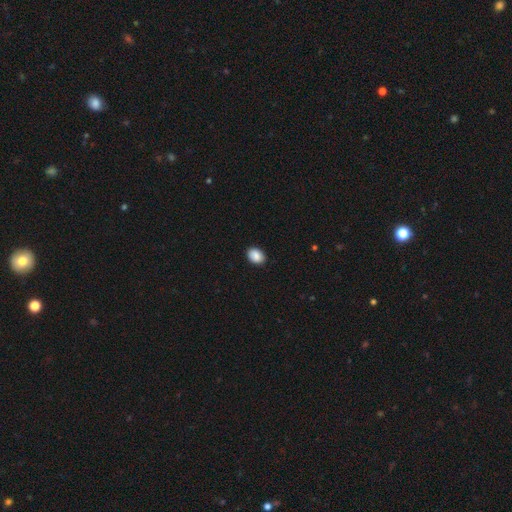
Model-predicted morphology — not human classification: Smooth or featured: smooth — 89% (star or artifact — 7%)
How rounded: in between — 73% (round — 26%)
Merging: none — 90% (minor disturbance — 8%)